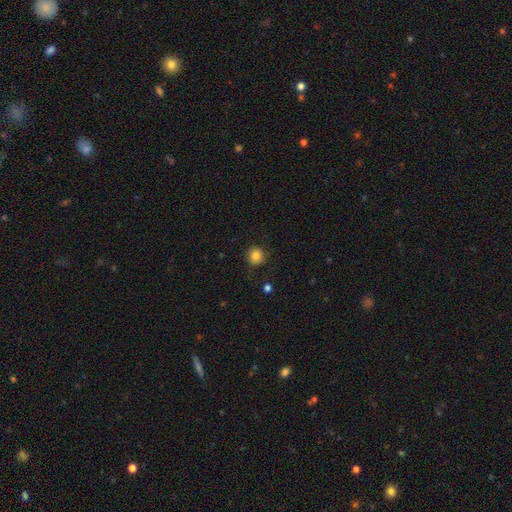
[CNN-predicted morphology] Overall: smooth (83%). How rounded: round (92%). Merging: none (84%).